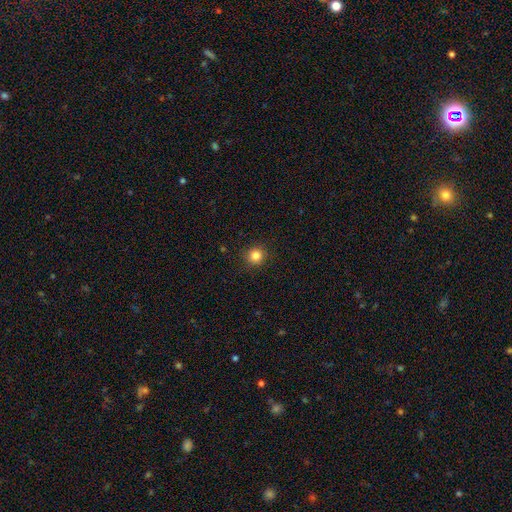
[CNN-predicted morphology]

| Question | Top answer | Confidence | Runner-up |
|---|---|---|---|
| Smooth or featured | smooth | 83% | star or artifact (12%) |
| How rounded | round | 93% | in between (6%) |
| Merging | none | 91% | minor disturbance (6%) |